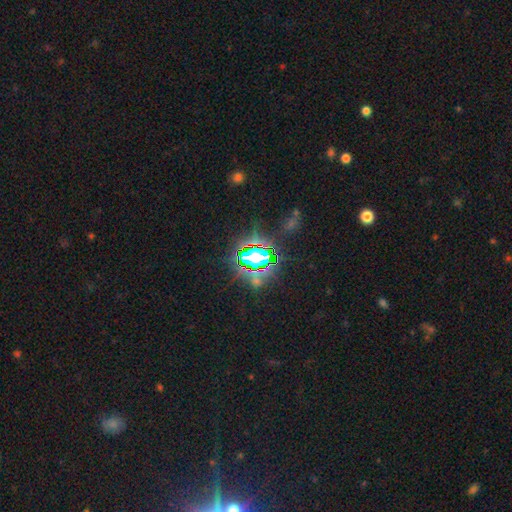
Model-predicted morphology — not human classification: The model was most divided on "smooth or featured": star or artifact: 80%, smooth: 12%, featured or disk: 9%.